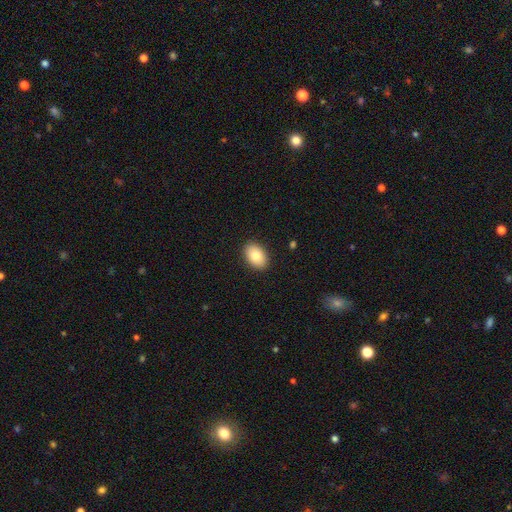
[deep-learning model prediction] Smooth or featured? smooth (82%)
How rounded? in between (88%)
Merging? none (90%)